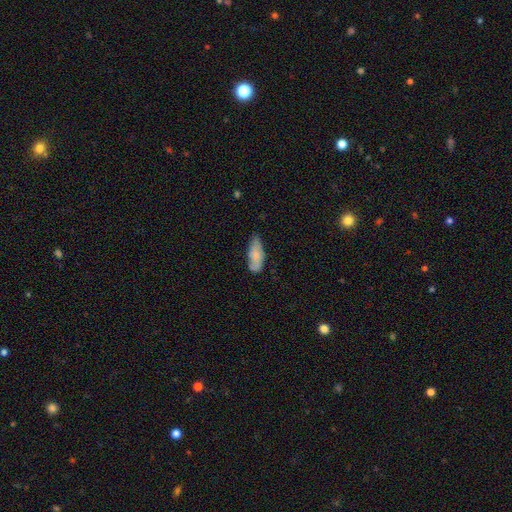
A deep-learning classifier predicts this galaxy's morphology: The model was most divided on "merging": none: 55%, minor disturbance: 35%, major disturbance: 8%, merger: 2%. More confident: how rounded — in between (85%); smooth or featured — smooth (74%).